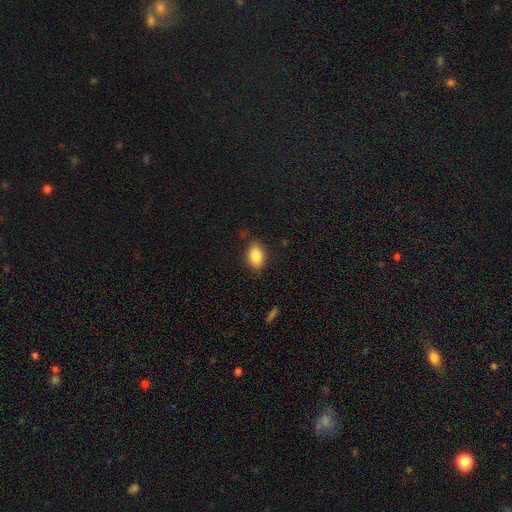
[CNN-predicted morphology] Smooth or featured: smooth — 87% (star or artifact — 8%)
How rounded: in between — 86% (round — 12%)
Merging: none — 78% (minor disturbance — 17%)